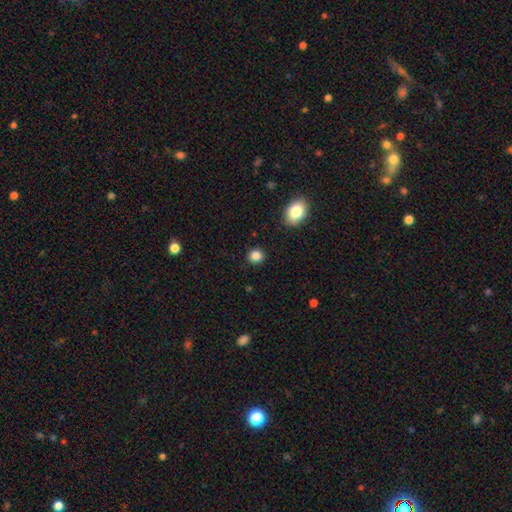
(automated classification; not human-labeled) Smooth or featured? Predicted: smooth (p=0.85). How rounded? Predicted: round (p=0.86). Merging? Predicted: none (p=0.90).